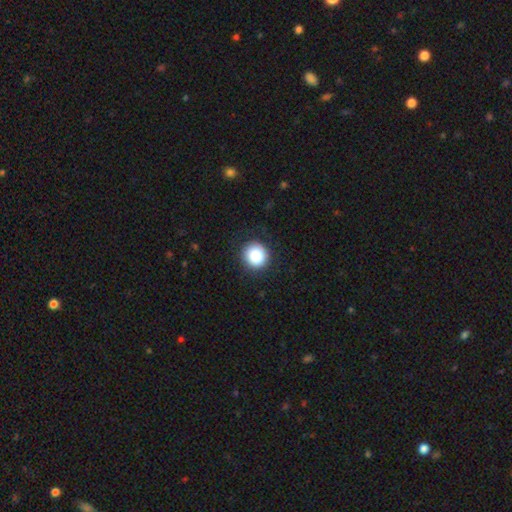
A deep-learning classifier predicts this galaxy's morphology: smooth_or_featured: smooth (p=0.87) [alt: star or artifact p=0.08]
how_rounded: round (p=0.93) [alt: in between p=0.06]
merging: none (p=0.88) [alt: minor disturbance p=0.08]